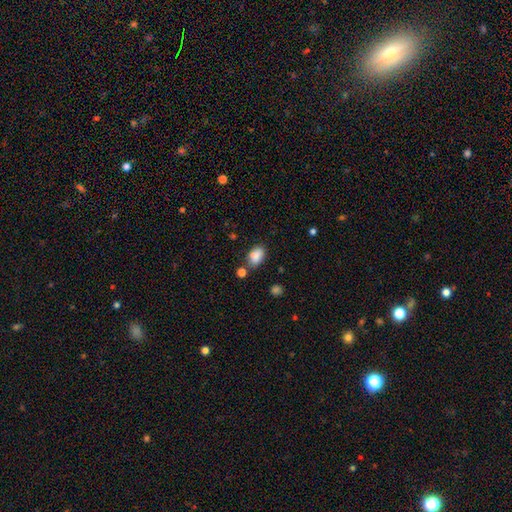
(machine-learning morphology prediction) Smooth or featured: smooth — 84% (star or artifact — 9%)
How rounded: in between — 86% (round — 12%)
Merging: none — 63% (minor disturbance — 19%)